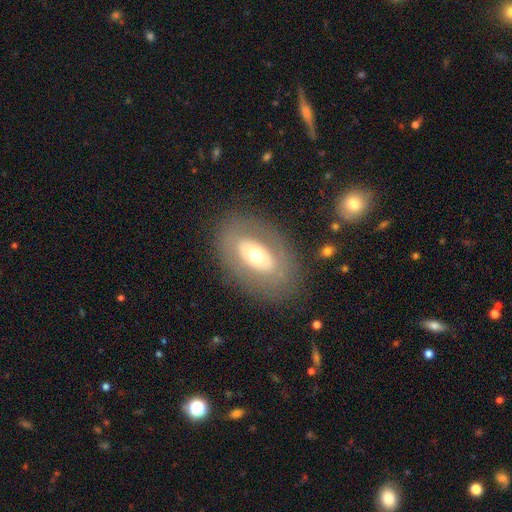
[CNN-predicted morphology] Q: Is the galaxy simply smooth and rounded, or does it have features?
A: featured or disk — 49%.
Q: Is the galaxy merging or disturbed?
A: none — 81%.